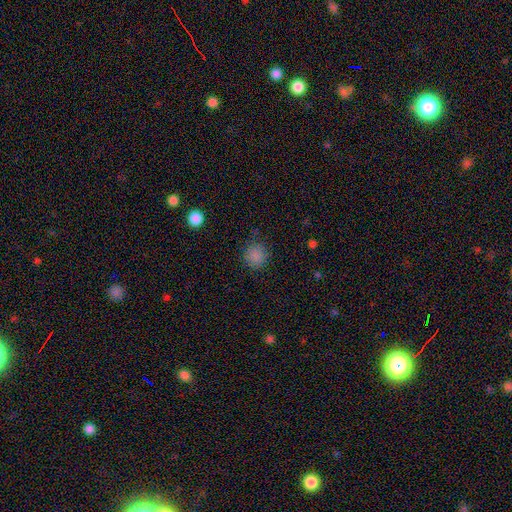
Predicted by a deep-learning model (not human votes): Smooth or featured?
  - smooth: 85% *
  - star or artifact: 11%
  - featured or disk: 3%
How rounded?
  - round: 91% *
  - in between: 8%
  - cigar-shaped: 1%
Merging?
  - none: 86% *
  - minor disturbance: 10%
  - major disturbance: 3%
  - merger: 1%